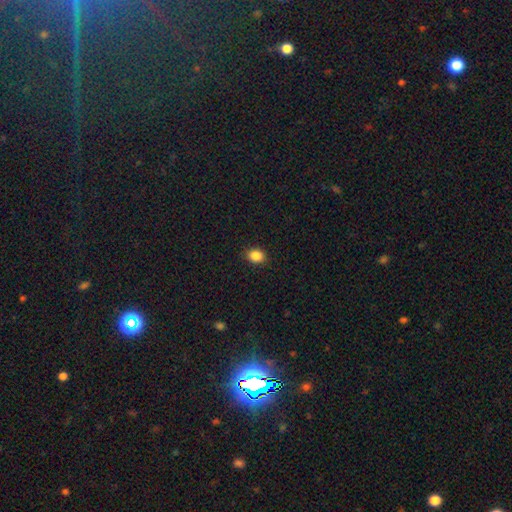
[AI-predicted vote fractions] smooth-or-featured: smooth: 87% | star or artifact: 10% | featured or disk: 3%
  how-rounded: in between: 62% | round: 37% | cigar-shaped: 1%
  merging: none: 90% | minor disturbance: 8% | major disturbance: 2% | merger: 1%